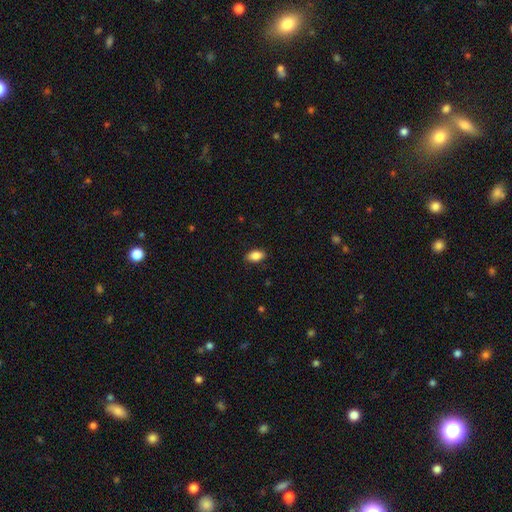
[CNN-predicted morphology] A smooth galaxy with no disk features (86%) that is in between round and cigar-shaped (91%). Merging: none (87%).